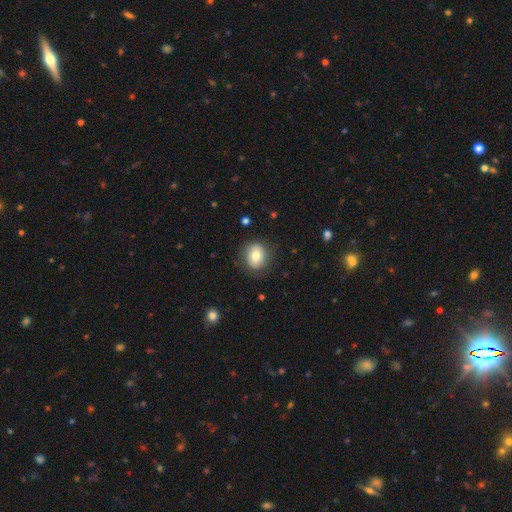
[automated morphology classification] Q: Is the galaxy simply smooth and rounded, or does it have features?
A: smooth — 74%.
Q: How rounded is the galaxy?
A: round — 66%.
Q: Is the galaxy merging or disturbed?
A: none — 81%.